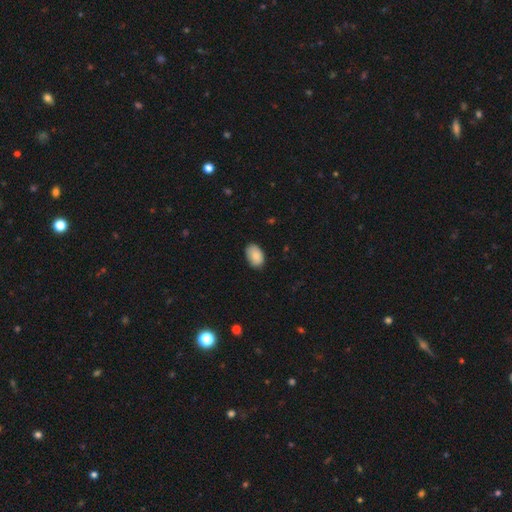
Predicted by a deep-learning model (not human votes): A smooth galaxy with no disk features (86%) that is in between round and cigar-shaped (90%).

Vote fractions:
- Smooth or featured? smooth: 86% / featured or disk: 8% / star or artifact: 7%
- How rounded? in between: 90% / round: 9% / cigar-shaped: 1%
- Merging? none: 83% / minor disturbance: 14% / major disturbance: 2% / merger: 1%